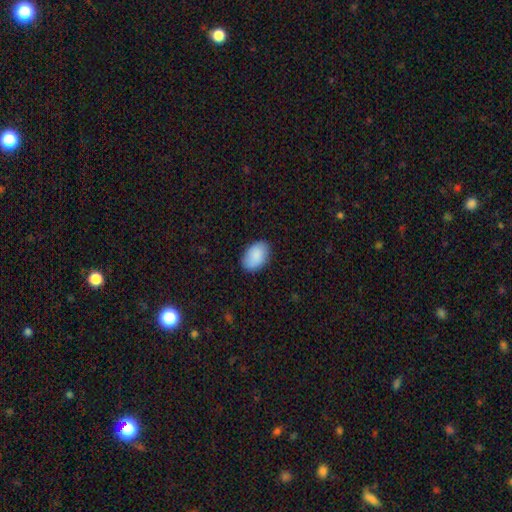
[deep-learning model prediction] Morphology: type=smooth (89%); roundness=in between (90%); merging=none (85%).